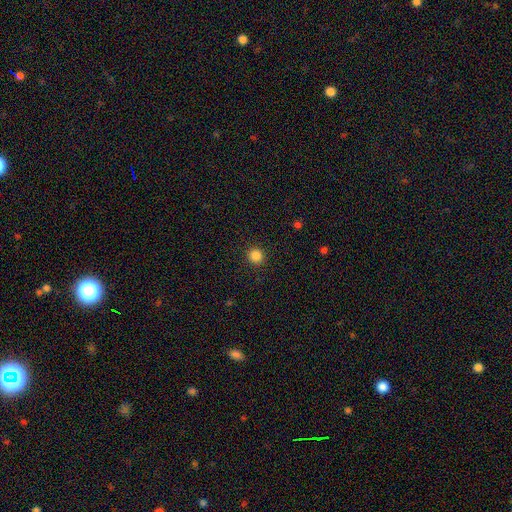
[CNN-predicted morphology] A smooth galaxy with no disk features (85%) that is round (94%).

Vote fractions:
- Smooth or featured? smooth: 85% / star or artifact: 11% / featured or disk: 3%
- How rounded? round: 94% / in between: 5% / cigar-shaped: 1%
- Merging? none: 92% / minor disturbance: 5% / major disturbance: 2% / merger: 1%